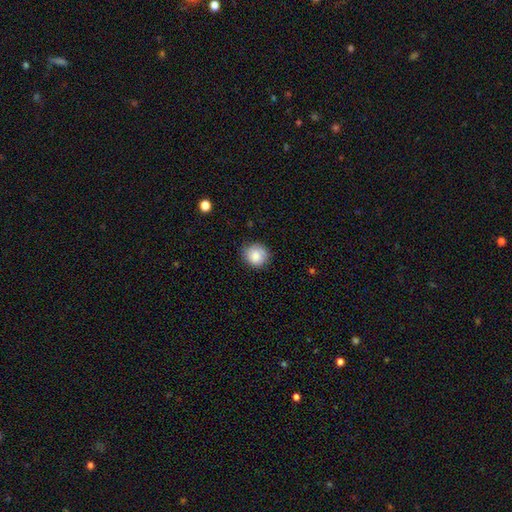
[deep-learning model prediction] A smooth galaxy with no disk features (83%) that is round (88%).

Vote fractions:
- Smooth or featured? smooth: 83% / featured or disk: 10% / star or artifact: 8%
- How rounded? round: 88% / in between: 11% / cigar-shaped: 1%
- Merging? none: 79% / minor disturbance: 17% / major disturbance: 3% / merger: 1%